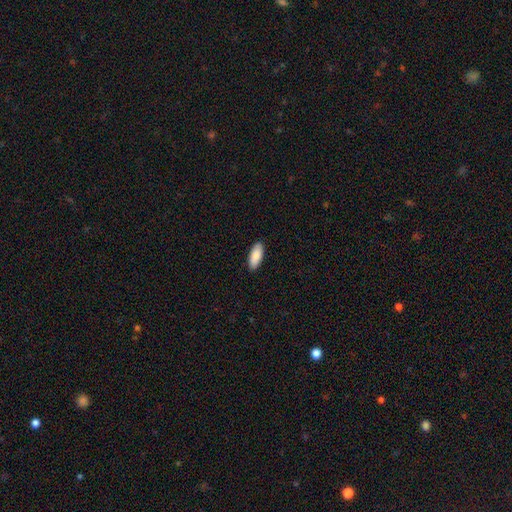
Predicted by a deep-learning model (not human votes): A smooth galaxy with no disk features (88%) that is in between round and cigar-shaped (81%).

Vote fractions:
- Smooth or featured? smooth: 88% / featured or disk: 6% / star or artifact: 5%
- How rounded? in between: 81% / cigar-shaped: 17% / round: 2%
- Merging? none: 90% / minor disturbance: 7% / major disturbance: 1% / merger: 1%